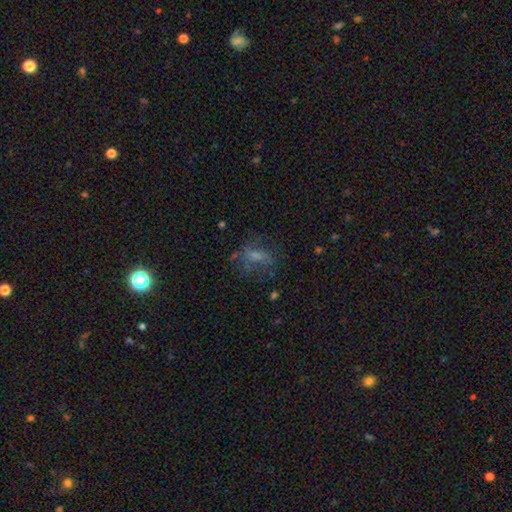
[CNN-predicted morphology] Smooth or featured? Predicted: smooth (p=0.46). Merging? Predicted: none (p=0.50).